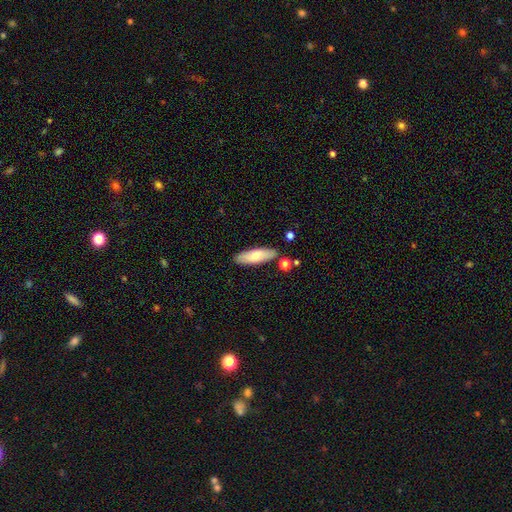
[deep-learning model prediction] Smooth or featured: smooth — 73% (featured or disk — 21%)
How rounded: in between — 55% (cigar-shaped — 43%)
Merging: none — 84% (minor disturbance — 10%)